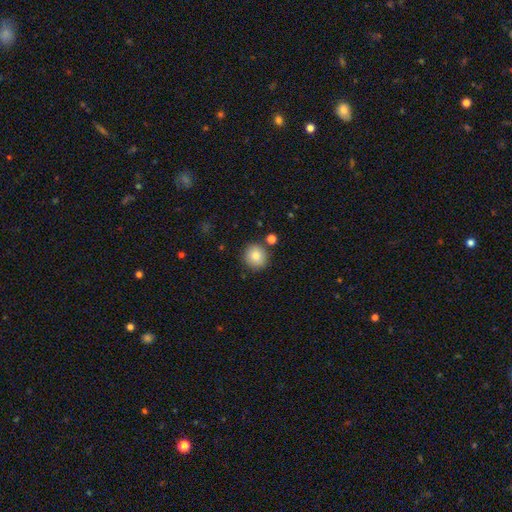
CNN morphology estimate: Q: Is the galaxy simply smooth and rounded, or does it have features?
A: smooth — 81%.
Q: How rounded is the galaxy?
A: round — 90%.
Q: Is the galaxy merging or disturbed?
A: none — 84%.